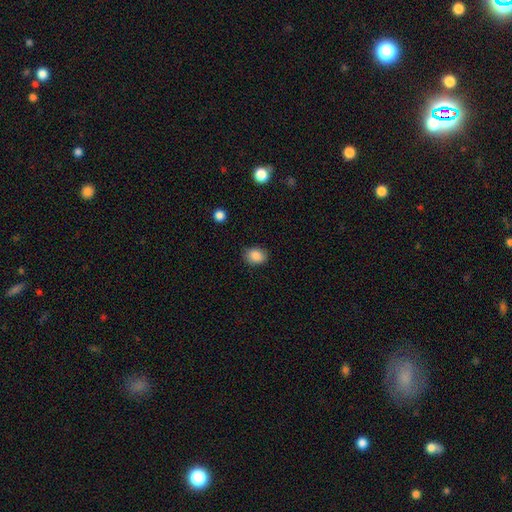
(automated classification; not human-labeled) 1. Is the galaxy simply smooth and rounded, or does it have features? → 87% smooth, 9% star or artifact, 4% featured or disk.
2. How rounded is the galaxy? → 58% in between, 41% round, 1% cigar-shaped.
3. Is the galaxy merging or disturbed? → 83% none, 13% minor disturbance, 3% major disturbance, 1% merger.